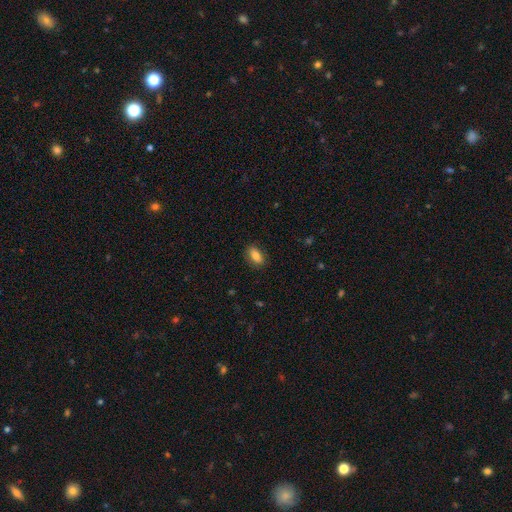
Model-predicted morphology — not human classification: smooth_or_featured: smooth (p=0.83) [alt: featured or disk p=0.09]
how_rounded: in between (p=0.88) [alt: round p=0.07]
merging: none (p=0.87) [alt: minor disturbance p=0.10]